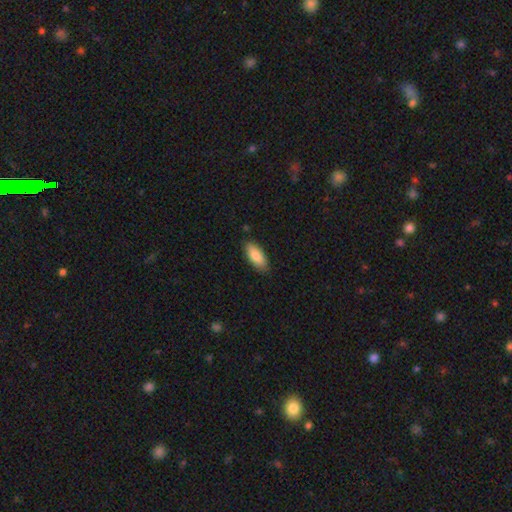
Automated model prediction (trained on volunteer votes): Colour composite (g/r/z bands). It shows a smooth galaxy with no disk features (82%) that is in between round and cigar-shaped (82%). Merging: none (84%).